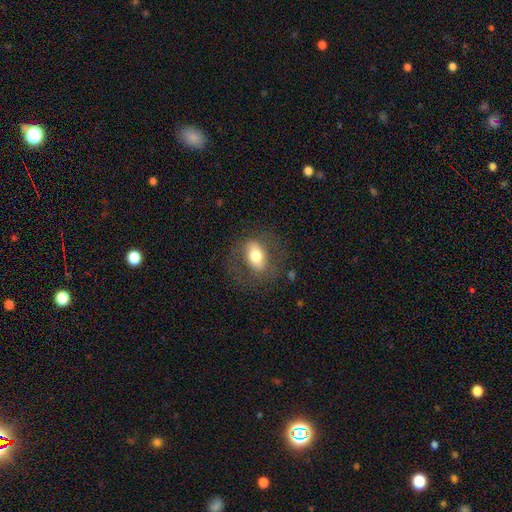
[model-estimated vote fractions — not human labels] Q: Smooth or featured?
A: smooth (62%); runner-up: featured or disk (30%)
Q: How rounded?
A: in between (81%); runner-up: round (16%)
Q: Merging?
A: none (71%); runner-up: minor disturbance (16%)